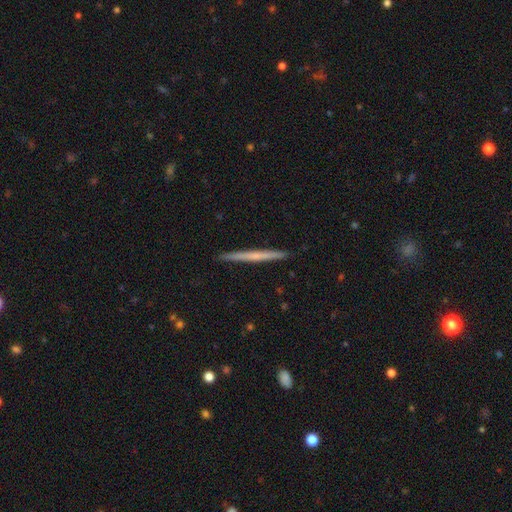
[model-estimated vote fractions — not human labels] This is possibly a featured or disk galaxy (52%). It is clearly viewed edge-on (98%). Edge-on bulge: likely none (78%). Merging: clearly none (92%).